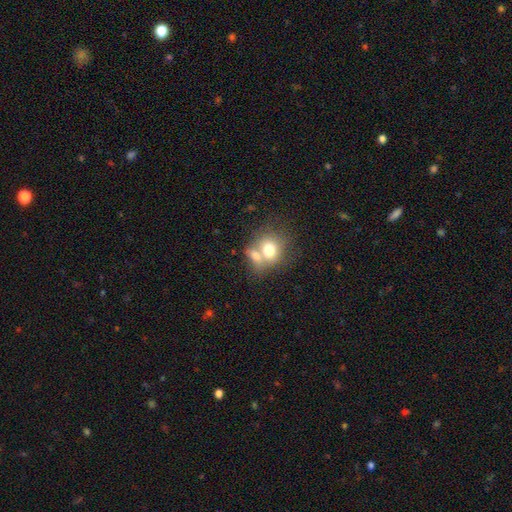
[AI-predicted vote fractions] smooth 72%, featured or disk 19%, star or artifact 9%. Down the decision tree: how rounded — round (55%); merging — merger (58%).